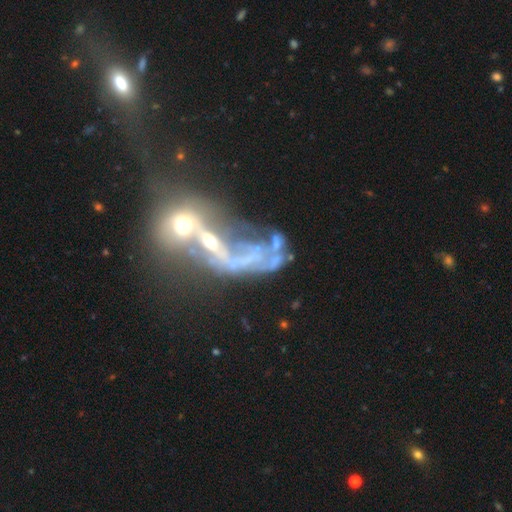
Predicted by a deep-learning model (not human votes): Smooth or featured? Predicted: featured or disk (p=0.63). Edge-on disk? Predicted: no (p=0.93). Bar? Predicted: no (p=0.74). Spiral arms? Predicted: no (p=0.66). Bulge size? Predicted: none (p=0.35). Merging? Predicted: merger (p=0.56).